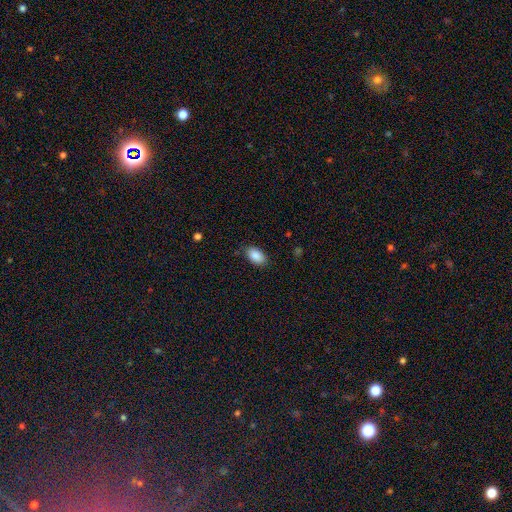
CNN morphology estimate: Q: Smooth or featured?
A: smooth (88%); runner-up: star or artifact (7%)
Q: How rounded?
A: in between (93%); runner-up: round (5%)
Q: Merging?
A: none (84%); runner-up: minor disturbance (12%)